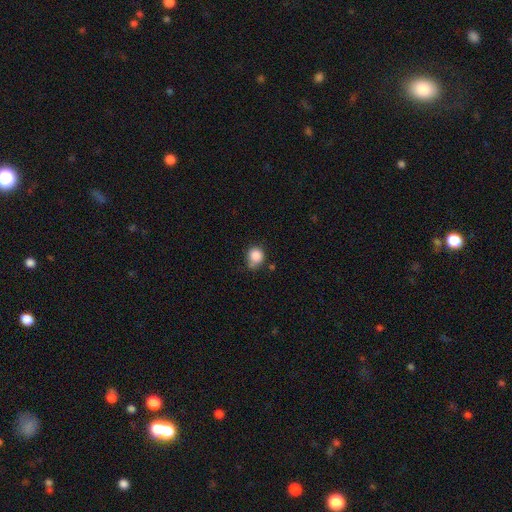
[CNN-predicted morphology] smooth_or_featured: smooth (p=0.85) [alt: star or artifact p=0.10]
how_rounded: round (p=0.80) [alt: in between p=0.19]
merging: none (p=0.59) [alt: minor disturbance p=0.27]